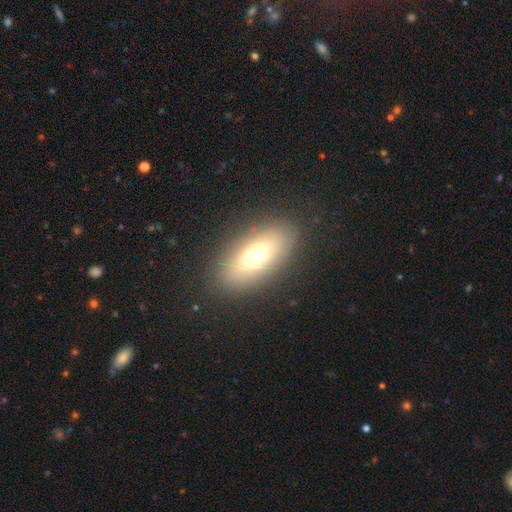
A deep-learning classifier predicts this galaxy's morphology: smooth 70%, featured or disk 21%, star or artifact 9%. Down the decision tree: how rounded — in between (84%); merging — none (87%).